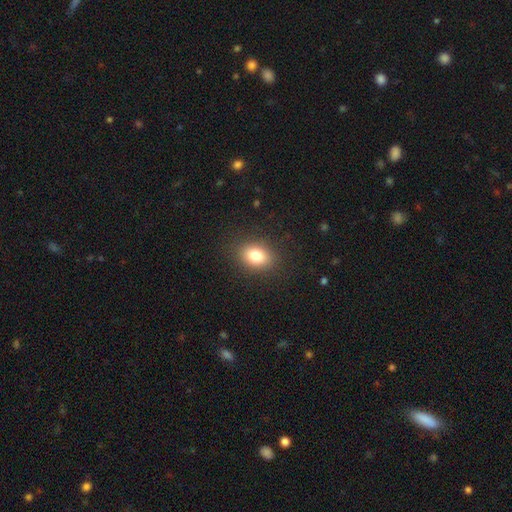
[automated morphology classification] This is clearly a smooth galaxy (80%). How rounded: likely in between (62%). Merging: clearly none (88%).